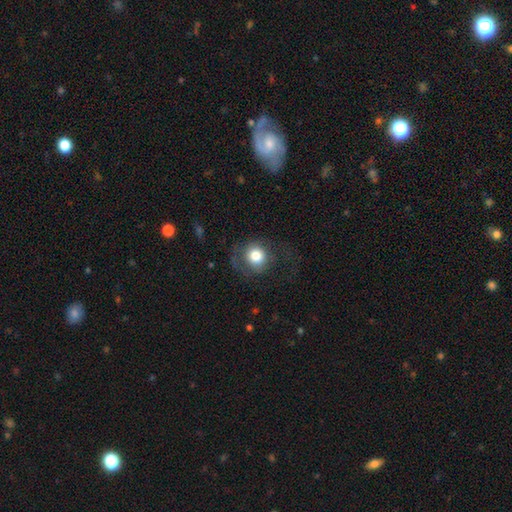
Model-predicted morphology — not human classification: Smooth or featured? smooth (76%)
How rounded? round (87%)
Merging? none (60%)